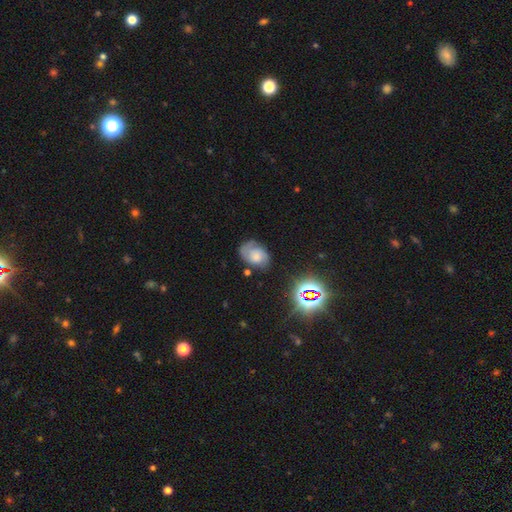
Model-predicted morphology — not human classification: This is possibly a featured or disk galaxy (49%). Merging: likely none (61%).